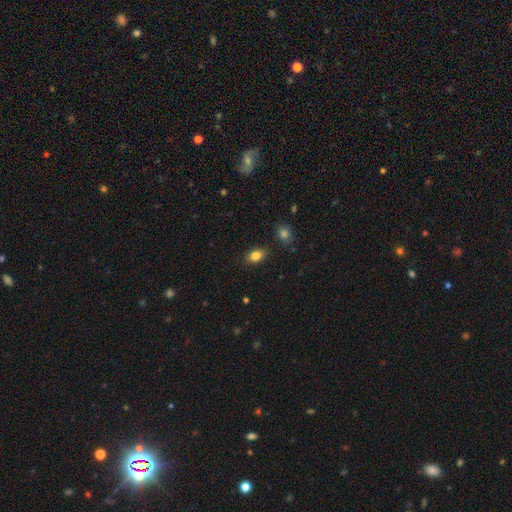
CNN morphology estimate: smooth_or_featured: smooth (p=0.83) [alt: star or artifact p=0.10]
how_rounded: in between (p=0.85) [alt: round p=0.13]
merging: none (p=0.85) [alt: minor disturbance p=0.10]